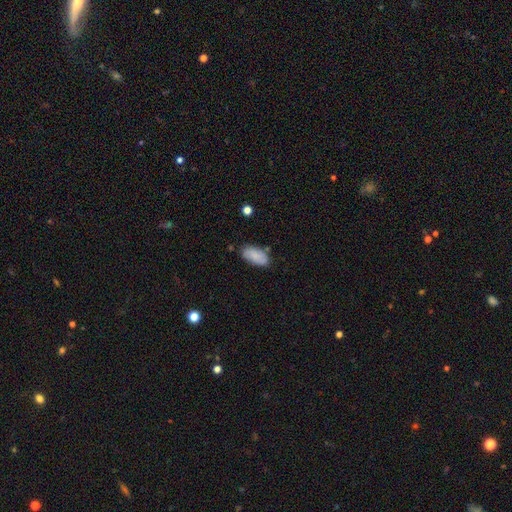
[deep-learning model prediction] Smooth or featured?
  - smooth: 83% *
  - featured or disk: 11%
  - star or artifact: 7%
How rounded?
  - in between: 92% *
  - cigar-shaped: 6%
  - round: 2%
Merging?
  - none: 75% *
  - minor disturbance: 18%
  - merger: 4%
  - major disturbance: 3%